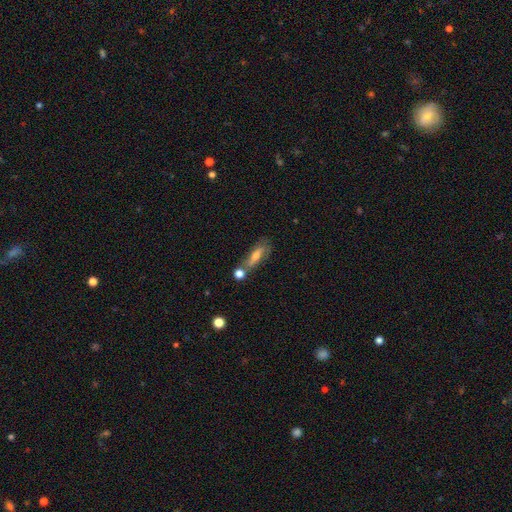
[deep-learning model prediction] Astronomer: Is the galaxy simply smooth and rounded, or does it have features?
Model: smooth — 55% (runner-up: featured or disk, 35%).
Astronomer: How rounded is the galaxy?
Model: cigar-shaped — 51% (runner-up: in between, 44%).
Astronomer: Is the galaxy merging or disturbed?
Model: none — 53%.